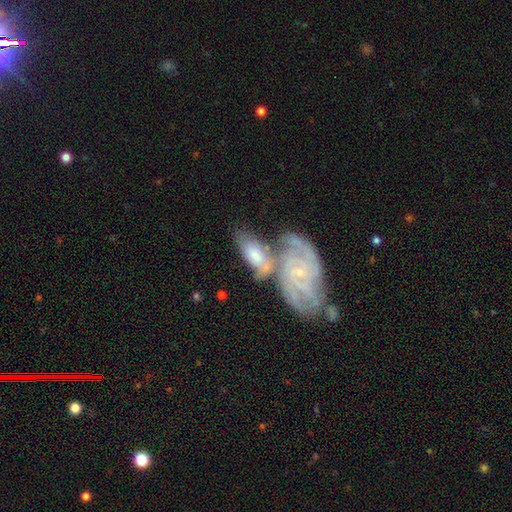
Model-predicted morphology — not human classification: Overall: featured or disk (64%; smooth 30%). Edge-on disk: no (92%). Bar: no (65%; weak 27%). Spiral arms: yes (88%). Spiral arm count: can't tell (33%; 3 25%). Spiral winding: tight (61%; medium 31%). Bulge size: small (71%). Merging: merger (54%; none 25%).